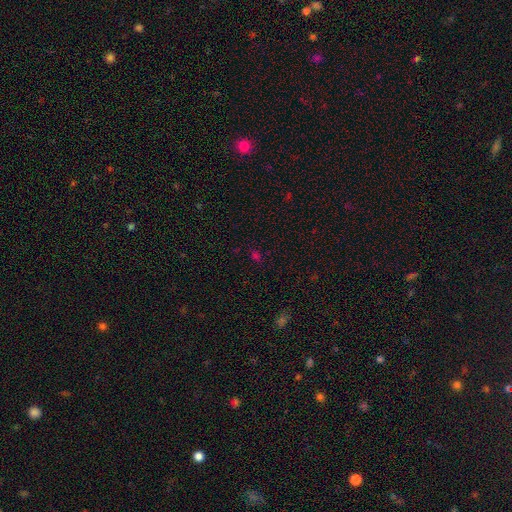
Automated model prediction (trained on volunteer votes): Q: Smooth or featured?
A: smooth (53%); runner-up: star or artifact (42%)
Q: How rounded?
A: in between (63%); runner-up: round (35%)
Q: Merging?
A: none (79%); runner-up: minor disturbance (12%)